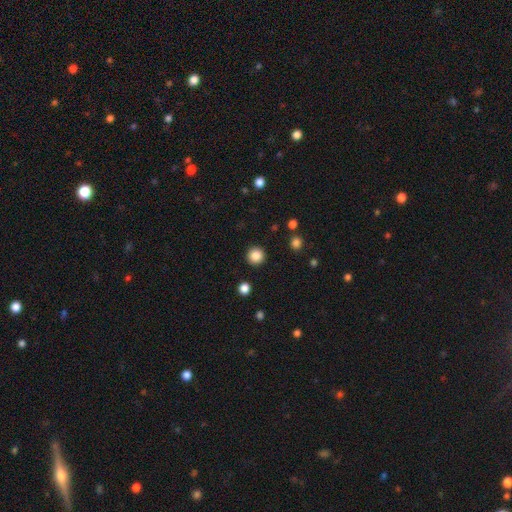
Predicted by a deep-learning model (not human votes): This appears to be a smooth galaxy with no disk features (86%) that is round (95%). Merging: none (92%).